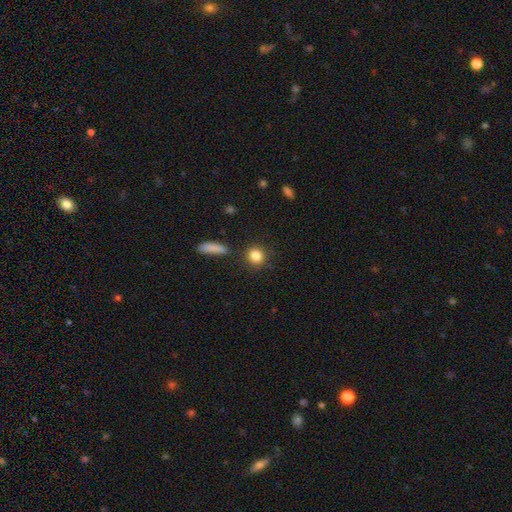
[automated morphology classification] Smooth or featured: smooth — 85% (star or artifact — 9%)
How rounded: round — 82% (in between — 16%)
Merging: none — 85% (minor disturbance — 8%)